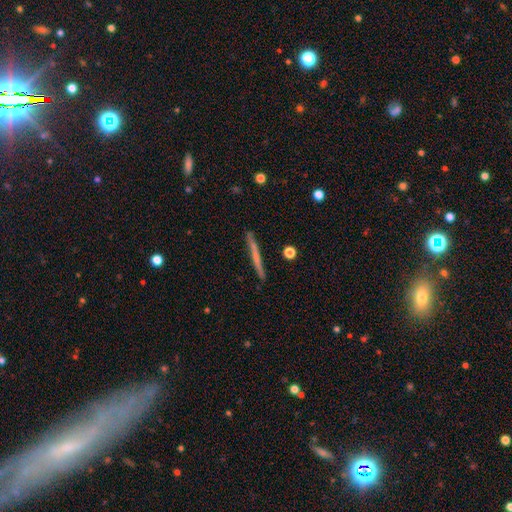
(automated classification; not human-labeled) Smooth or featured?
  - featured or disk: 49% *
  - smooth: 45%
  - star or artifact: 6%
Merging?
  - none: 90% *
  - minor disturbance: 7%
  - major disturbance: 1%
  - merger: 1%